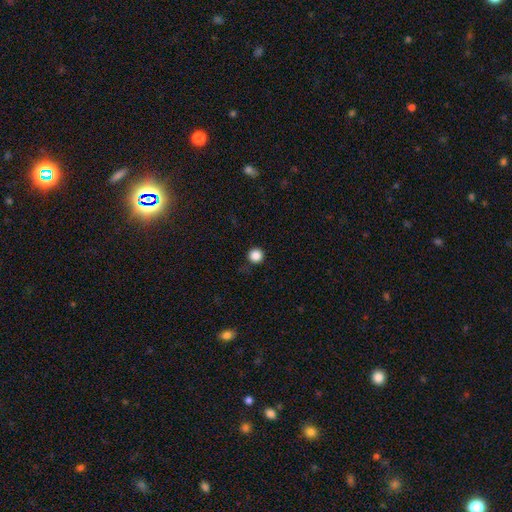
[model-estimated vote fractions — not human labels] This is clearly a smooth galaxy (86%). How rounded: clearly round (96%). Merging: clearly none (89%).